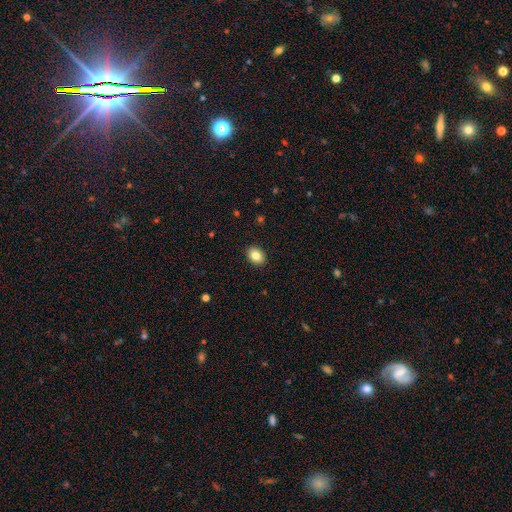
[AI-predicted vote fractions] Overall: smooth (84%). How rounded: in between (69%; round 30%). Merging: none (91%).